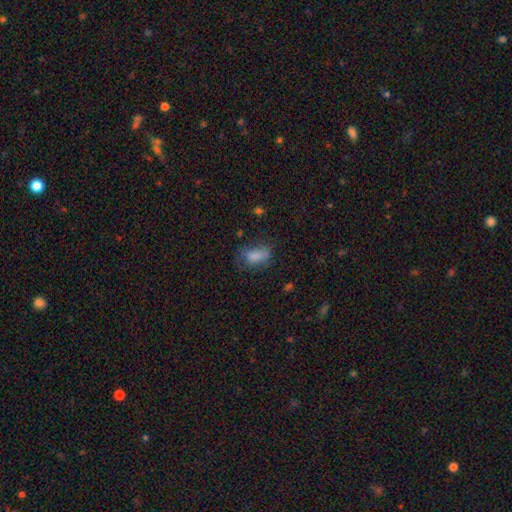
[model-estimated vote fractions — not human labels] Overall: smooth (75%). How rounded: in between (85%). Merging: none (44%; minor disturbance 28%).